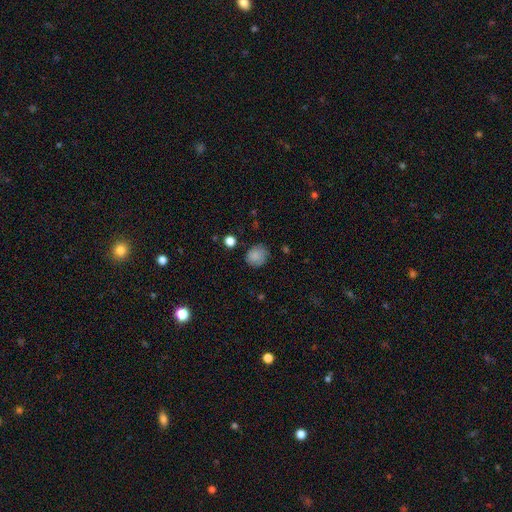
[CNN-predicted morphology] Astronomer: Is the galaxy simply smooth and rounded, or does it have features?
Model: smooth — 78%.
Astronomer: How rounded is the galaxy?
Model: round — 70%.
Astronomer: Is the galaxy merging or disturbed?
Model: none — 73%.